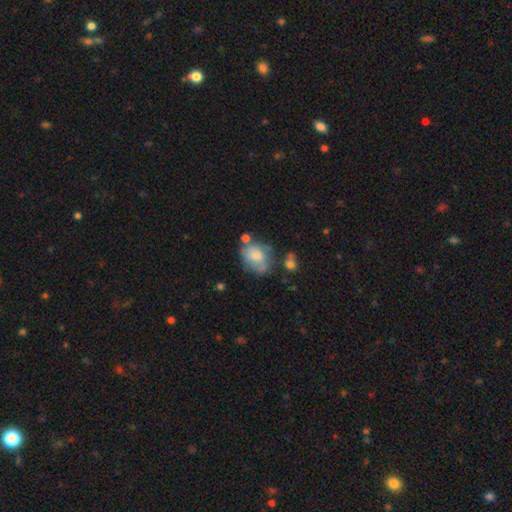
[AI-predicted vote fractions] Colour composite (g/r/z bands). It shows a smooth galaxy with no disk features (64%) that is in between round and cigar-shaped (56%). Merging: none (42%).